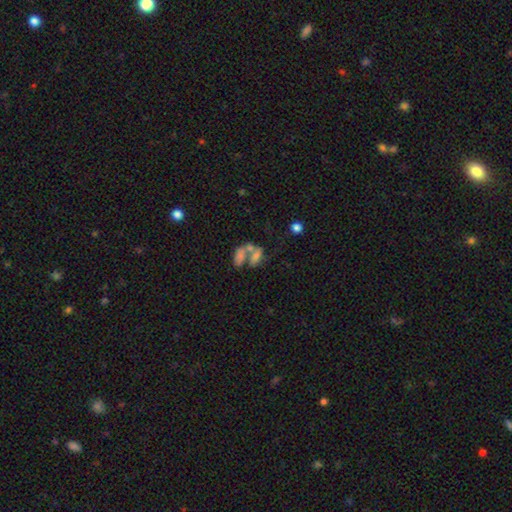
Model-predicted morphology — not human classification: smooth-or-featured: smooth: 53% | featured or disk: 32% | star or artifact: 15%
  how-rounded: in between: 85% | round: 10% | cigar-shaped: 6%
  merging: merger: 64% | none: 16% | major disturbance: 12% | minor disturbance: 8%